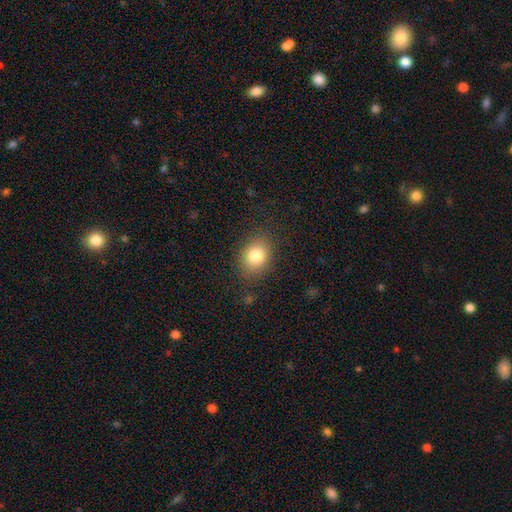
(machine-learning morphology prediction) Smooth or featured? Predicted: smooth (p=0.81). How rounded? Predicted: in between (p=0.53). Merging? Predicted: none (p=0.82).